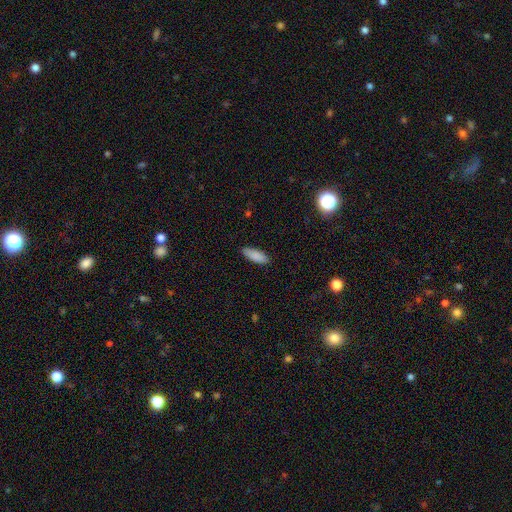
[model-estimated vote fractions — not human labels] smooth 88%, star or artifact 7%, featured or disk 5%. Down the decision tree: how rounded — in between (72%); merging — none (87%).